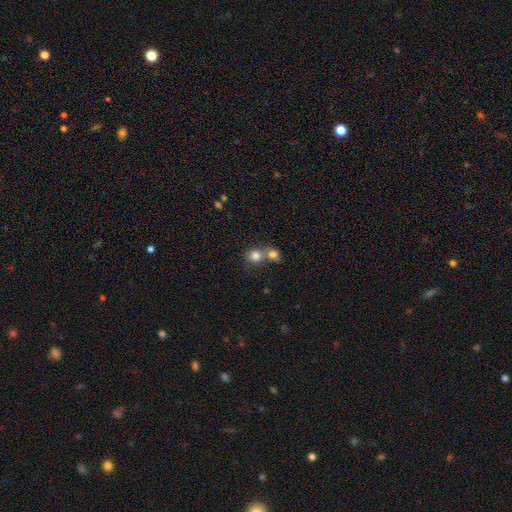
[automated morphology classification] smooth 81%, star or artifact 11%, featured or disk 8%. Down the decision tree: how rounded — round (75%); merging — merger (51%).